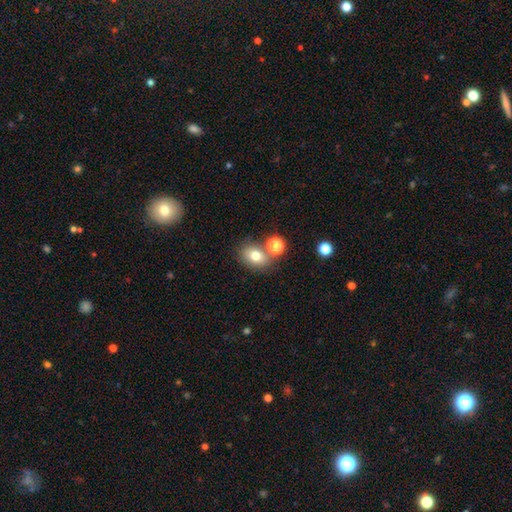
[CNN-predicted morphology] smooth_or_featured: smooth (p=0.76) [alt: star or artifact p=0.13]
how_rounded: in between (p=0.55) [alt: round p=0.44]
merging: none (p=0.64) [alt: merger p=0.20]